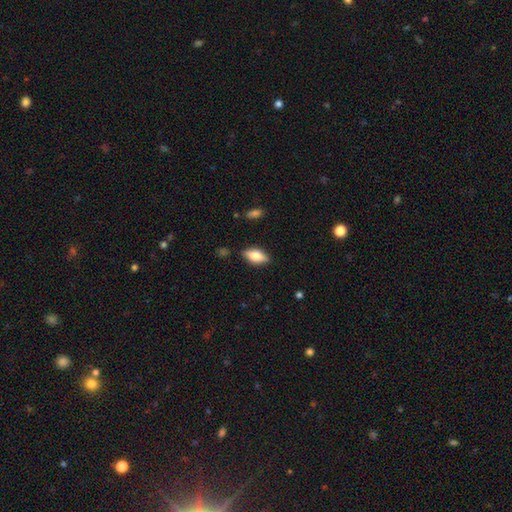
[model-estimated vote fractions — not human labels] smooth_or_featured: smooth (p=0.68) [alt: featured or disk p=0.25]
how_rounded: in between (p=0.84) [alt: cigar-shaped p=0.13]
merging: none (p=0.83) [alt: minor disturbance p=0.13]